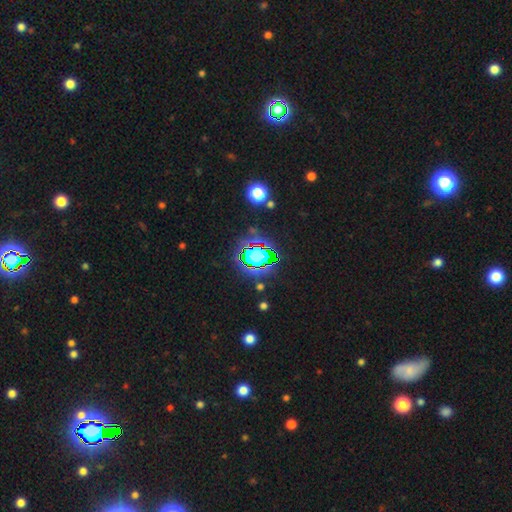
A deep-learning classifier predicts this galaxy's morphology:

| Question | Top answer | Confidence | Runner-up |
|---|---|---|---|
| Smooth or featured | star or artifact | 62% | smooth (23%) |